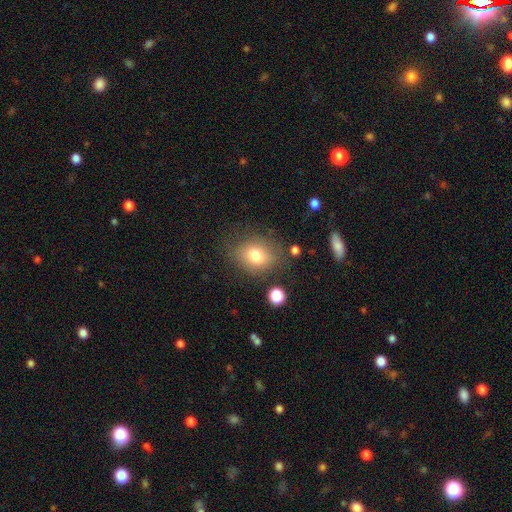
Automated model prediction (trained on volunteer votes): Smooth or featured? smooth (77%)
How rounded? round (58%)
Merging? none (74%)